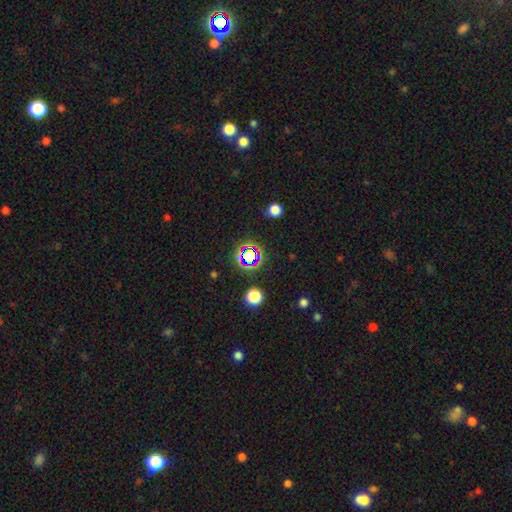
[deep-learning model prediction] A star or artifact, not a galaxy (72%).

Vote fractions:
- Smooth or featured? star or artifact: 72% / smooth: 19% / featured or disk: 9%